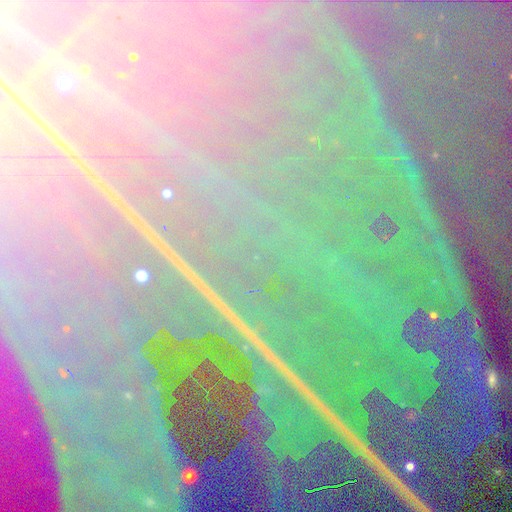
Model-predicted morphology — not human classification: smooth_or_featured: star or artifact (p=0.89) [alt: featured or disk p=0.06]